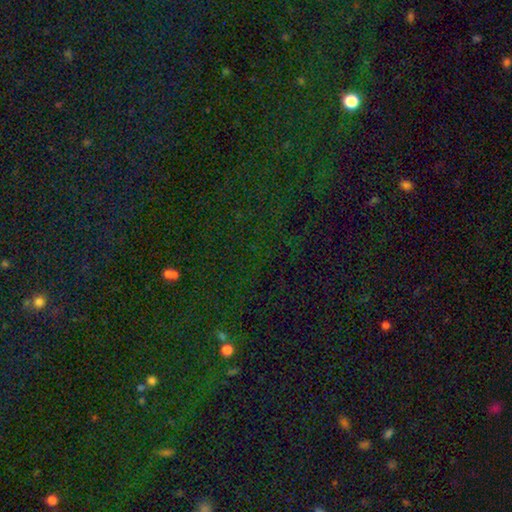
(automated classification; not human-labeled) Smooth or featured?
  - star or artifact: 78% *
  - smooth: 14%
  - featured or disk: 8%